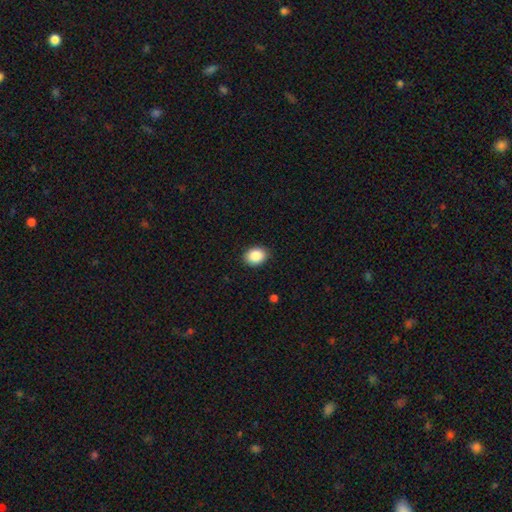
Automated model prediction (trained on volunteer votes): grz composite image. It shows a smooth galaxy with no disk features (88%) that is in between round and cigar-shaped (62%). Merging: none (89%).